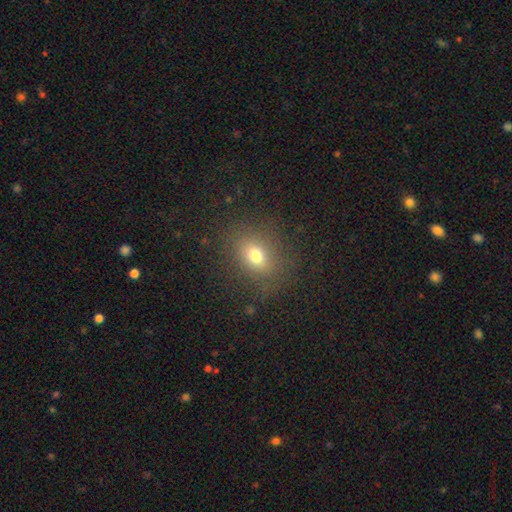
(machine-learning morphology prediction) type=smooth (73%); roundness=in between (52%); merging=none (83%).